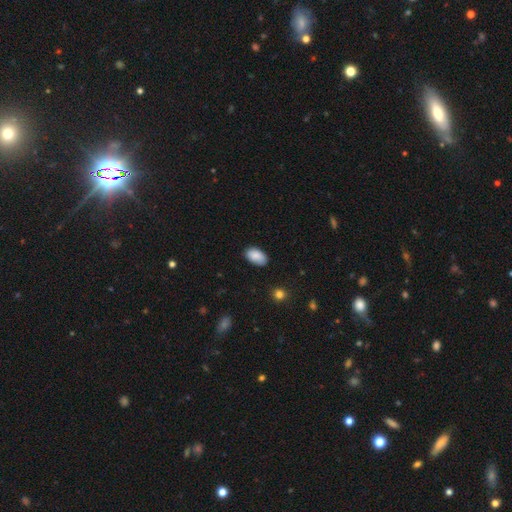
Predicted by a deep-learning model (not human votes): The model was most divided on "merging": none: 80%, minor disturbance: 16%, major disturbance: 3%, merger: 1%. More confident: how rounded — in between (94%); smooth or featured — smooth (89%).